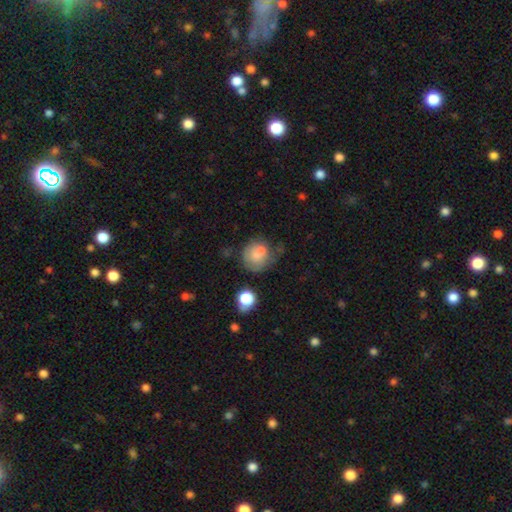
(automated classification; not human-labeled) Q: Smooth or featured?
A: smooth (65%); runner-up: featured or disk (25%)
Q: How rounded?
A: round (75%); runner-up: in between (24%)
Q: Merging?
A: none (41%); runner-up: minor disturbance (24%)